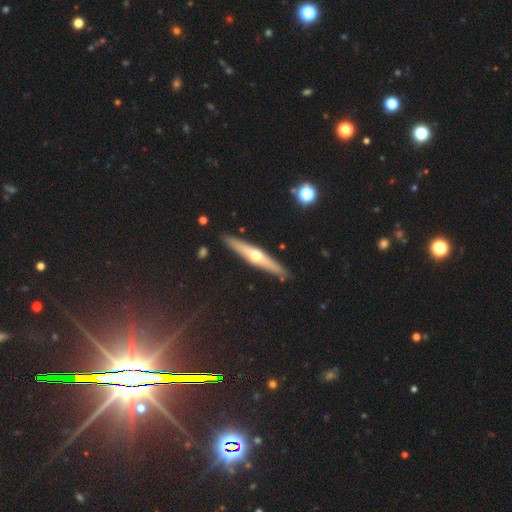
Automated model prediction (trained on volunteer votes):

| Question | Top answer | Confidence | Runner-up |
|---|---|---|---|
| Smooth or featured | featured or disk | 62% | smooth (32%) |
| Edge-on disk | yes | 94% | no (6%) |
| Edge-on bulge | rounded | 90% | none (7%) |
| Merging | none | 90% | minor disturbance (7%) |